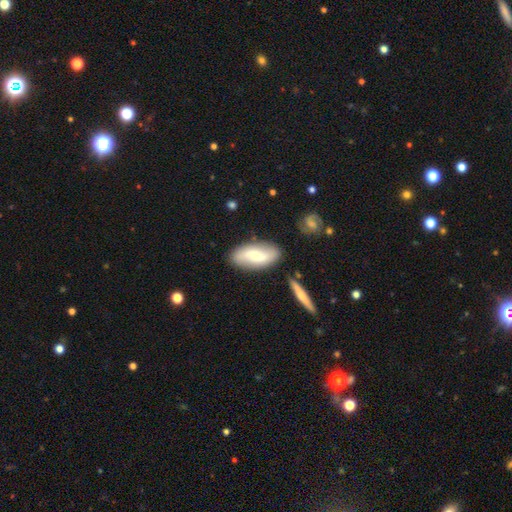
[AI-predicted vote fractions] This is possibly a smooth galaxy (49%). Merging: clearly none (82%).